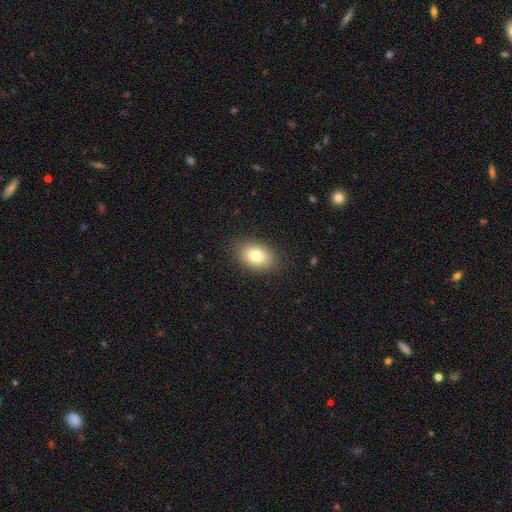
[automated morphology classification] Smooth or featured?
  - smooth: 81% *
  - featured or disk: 10%
  - star or artifact: 8%
How rounded?
  - in between: 82% *
  - round: 17%
  - cigar-shaped: 1%
Merging?
  - none: 86% *
  - minor disturbance: 10%
  - major disturbance: 3%
  - merger: 1%